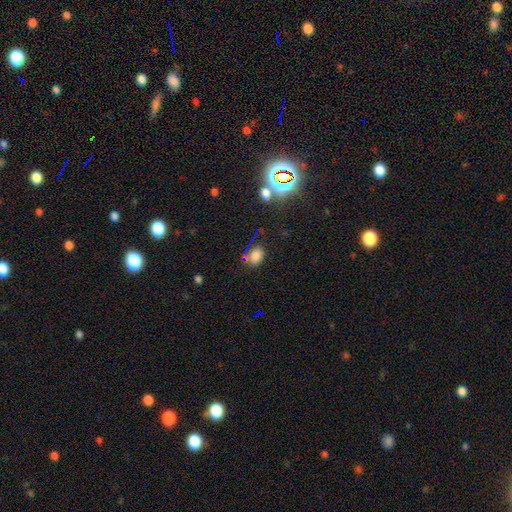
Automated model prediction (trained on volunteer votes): A smooth galaxy with no disk features (71%) that is in between round and cigar-shaped (67%). Merging: none (72%).